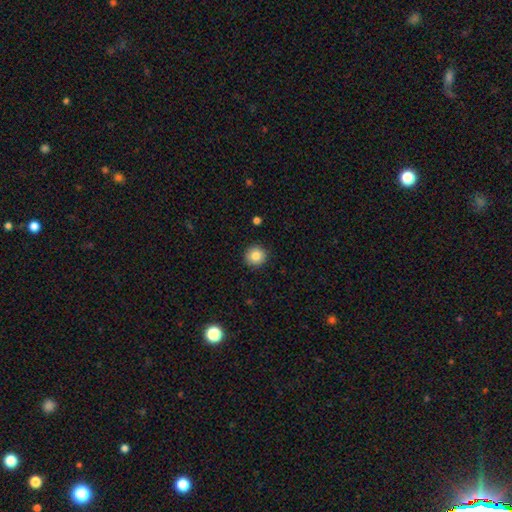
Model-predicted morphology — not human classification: Smooth or featured? Predicted: smooth (p=0.84). How rounded? Predicted: round (p=0.93). Merging? Predicted: none (p=0.91).